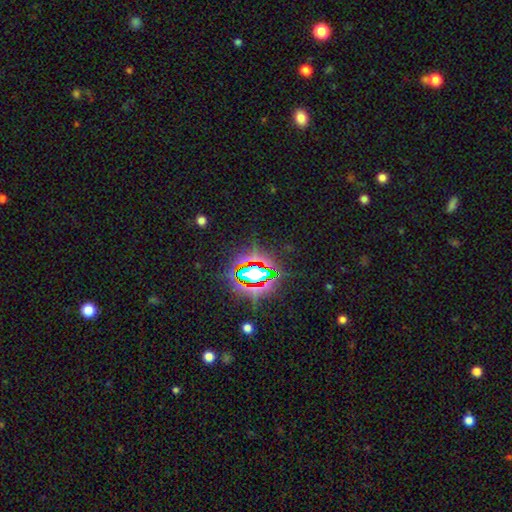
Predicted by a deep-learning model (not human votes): Morphology: type=star or artifact (80%).